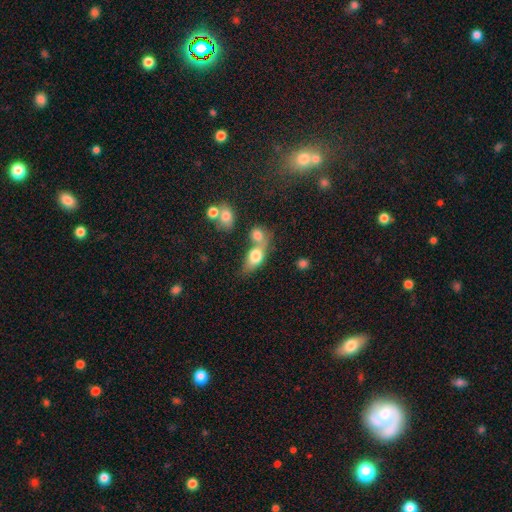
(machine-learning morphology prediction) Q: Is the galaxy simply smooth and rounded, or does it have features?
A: smooth — 74%.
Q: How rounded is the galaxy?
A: in between — 74%.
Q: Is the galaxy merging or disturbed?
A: merger — 53%.